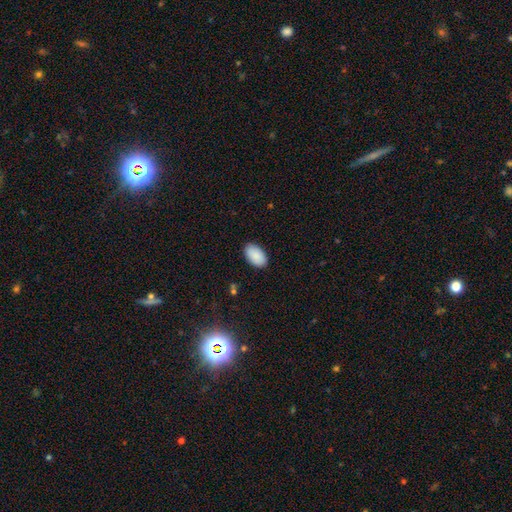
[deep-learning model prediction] A smooth galaxy with no disk features (90%) that is in between round and cigar-shaped (95%).

Vote fractions:
- Smooth or featured? smooth: 90% / star or artifact: 6% / featured or disk: 4%
- How rounded? in between: 95% / round: 4% / cigar-shaped: 1%
- Merging? none: 89% / minor disturbance: 9% / major disturbance: 2% / merger: 1%